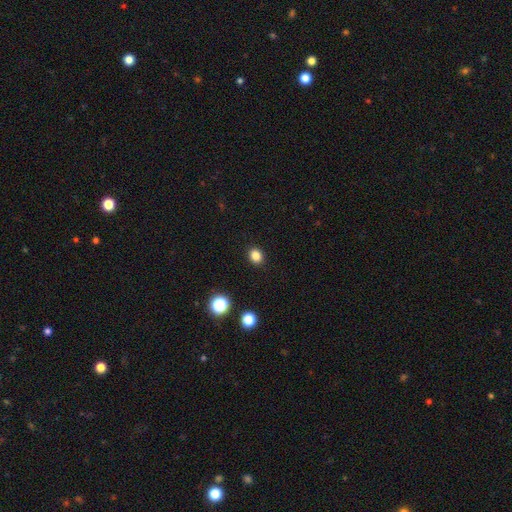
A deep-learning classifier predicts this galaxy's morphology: This appears to be a smooth galaxy with no disk features (83%) that is round (62%). Merging: none (91%).